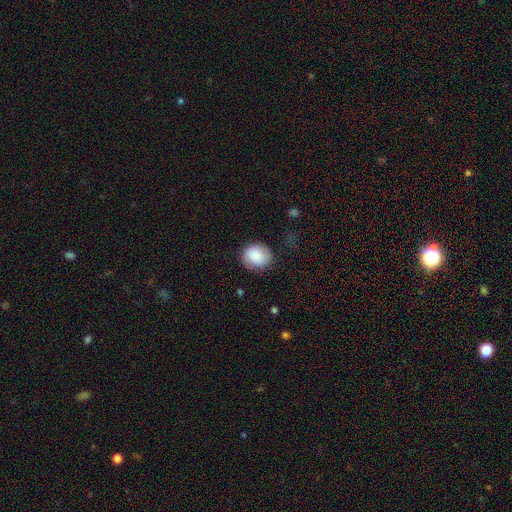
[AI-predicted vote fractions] Overall: smooth (82%). How rounded: round (65%; in between 34%). Merging: none (76%).